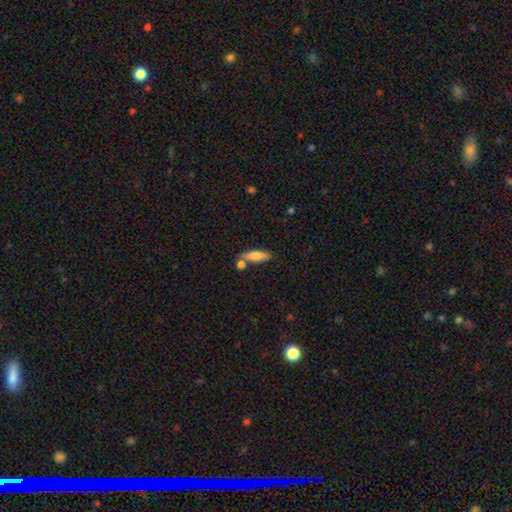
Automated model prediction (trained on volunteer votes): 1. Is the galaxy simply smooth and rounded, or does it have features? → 71% smooth, 22% featured or disk, 7% star or artifact.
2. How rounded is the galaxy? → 68% cigar-shaped, 30% in between, 3% round.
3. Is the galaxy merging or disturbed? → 69% none, 15% merger, 12% minor disturbance, 3% major disturbance.